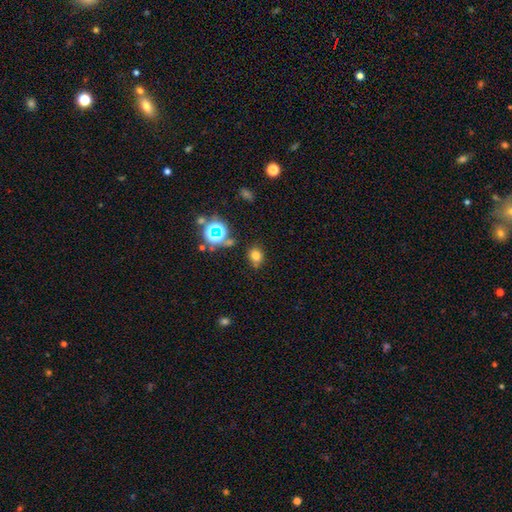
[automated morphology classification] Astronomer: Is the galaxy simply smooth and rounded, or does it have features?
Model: smooth — 71%.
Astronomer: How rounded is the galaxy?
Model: round — 63%.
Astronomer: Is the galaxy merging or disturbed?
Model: none — 73%.